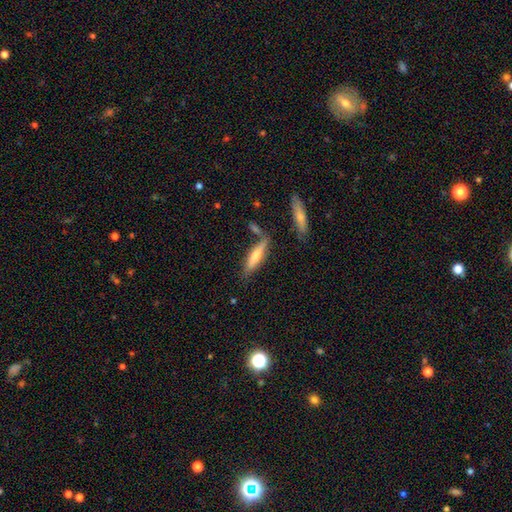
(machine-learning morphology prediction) A smooth galaxy with no disk features (56%) that is cigar-shaped (76%).

Vote fractions:
- Smooth or featured? smooth: 56% / featured or disk: 37% / star or artifact: 7%
- How rounded? cigar-shaped: 76% / in between: 23% / round: 2%
- Merging? none: 67% / minor disturbance: 17% / merger: 11% / major disturbance: 5%